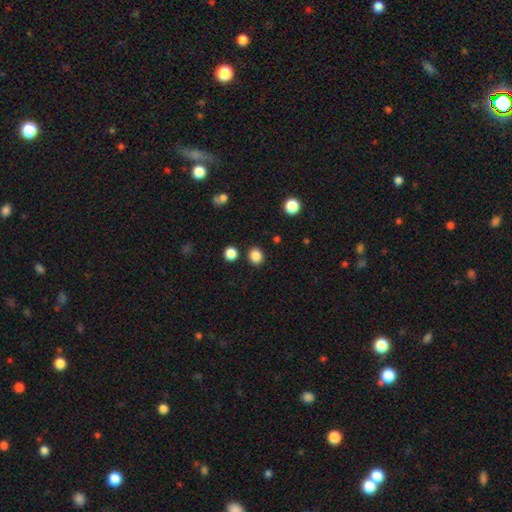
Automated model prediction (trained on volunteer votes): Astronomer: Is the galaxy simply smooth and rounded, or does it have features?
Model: smooth — 85%.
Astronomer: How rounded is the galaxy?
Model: round — 77%.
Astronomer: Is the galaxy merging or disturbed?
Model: none — 87%.